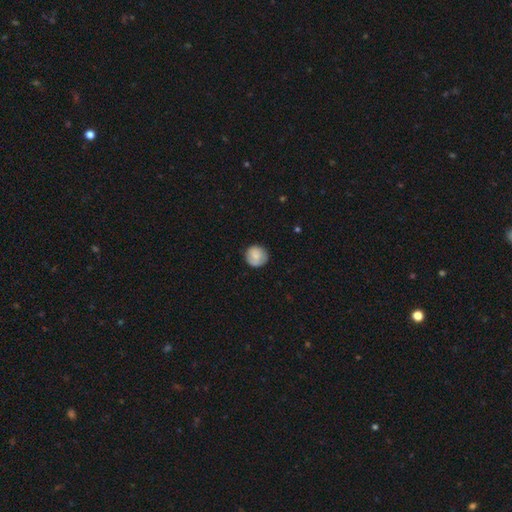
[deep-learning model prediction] A smooth galaxy with no disk features (80%) that is round (94%).

Vote fractions:
- Smooth or featured? smooth: 80% / featured or disk: 13% / star or artifact: 7%
- How rounded? round: 94% / in between: 5% / cigar-shaped: 1%
- Merging? none: 83% / minor disturbance: 13% / major disturbance: 3% / merger: 1%